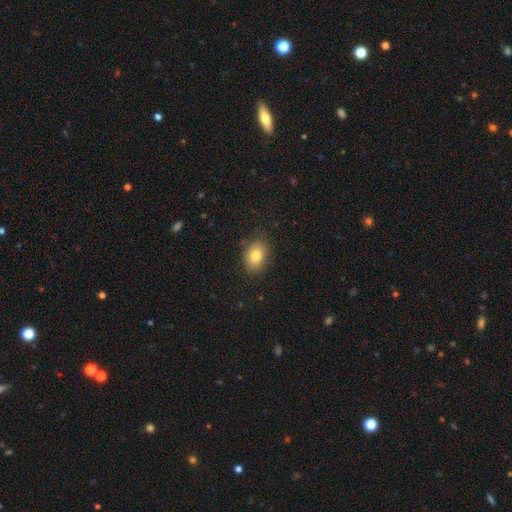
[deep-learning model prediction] Morphology: type=smooth (82%); roundness=in between (76%); merging=none (84%).